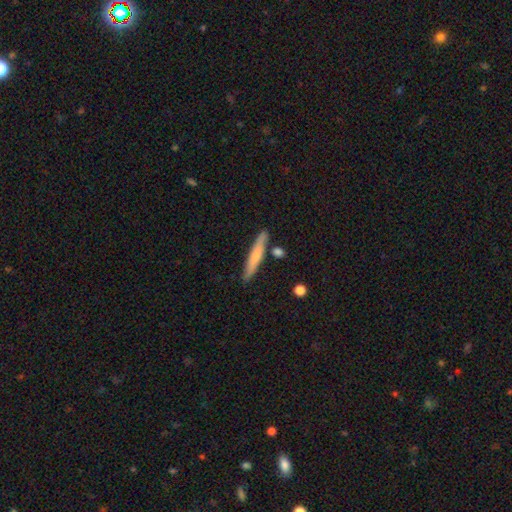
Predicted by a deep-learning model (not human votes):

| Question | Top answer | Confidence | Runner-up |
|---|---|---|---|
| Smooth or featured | smooth | 64% | featured or disk (31%) |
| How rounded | cigar-shaped | 93% | in between (6%) |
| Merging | none | 82% | minor disturbance (11%) |